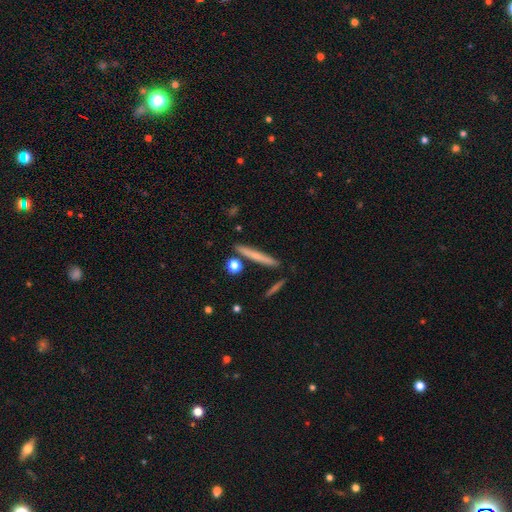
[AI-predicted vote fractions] Smooth or featured? Predicted: smooth (p=0.53). How rounded? Predicted: cigar-shaped (p=0.92). Merging? Predicted: none (p=0.86).